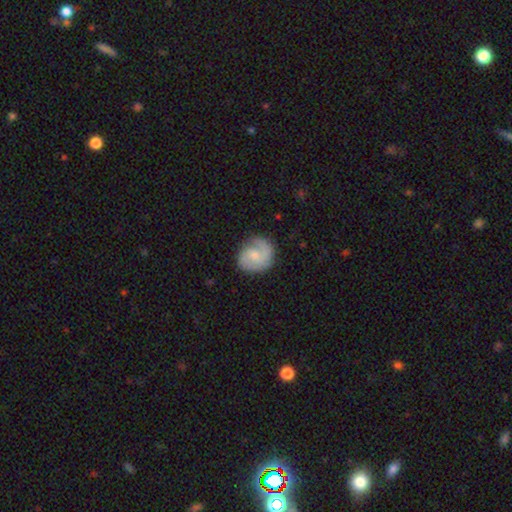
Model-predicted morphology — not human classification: Overall: featured or disk (69%). Edge-on disk: no (98%). Bar: no (58%; weak 37%). Spiral arms: yes (93%). Spiral arm count: 2 (67%). Spiral winding: medium (44%; tight 39%). Bulge size: small (55%; moderate 34%). Merging: none (75%).